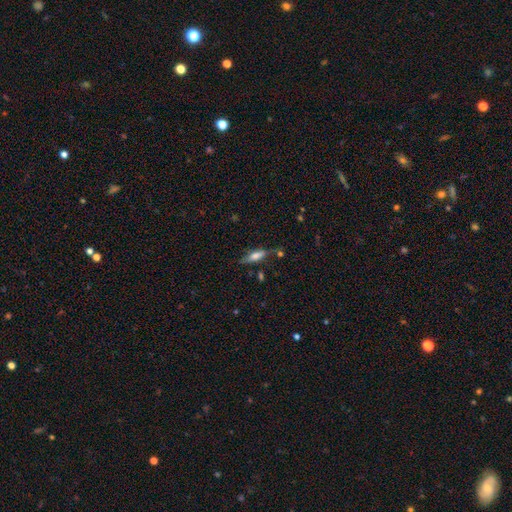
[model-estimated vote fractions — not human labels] Smooth or featured: smooth — 52% (featured or disk — 40%)
How rounded: cigar-shaped — 56% (in between — 41%)
Merging: none — 68% (minor disturbance — 21%)